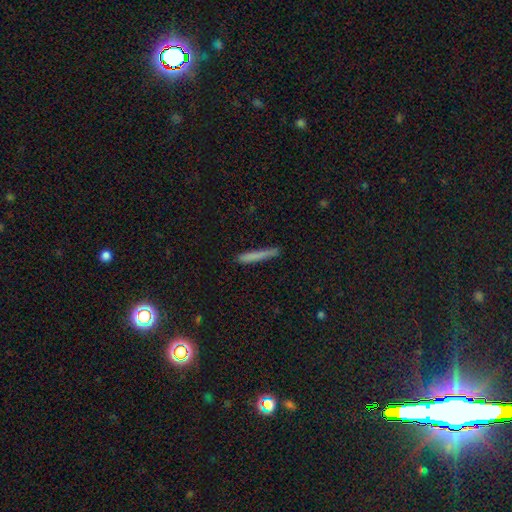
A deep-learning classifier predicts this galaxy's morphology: Smooth or featured? smooth (77%)
How rounded? cigar-shaped (96%)
Merging? none (84%)